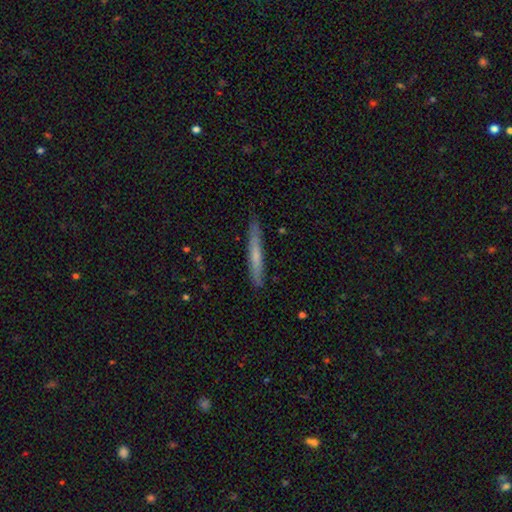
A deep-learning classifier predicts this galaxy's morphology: Smooth or featured? smooth (56%)
How rounded? cigar-shaped (96%)
Merging? none (86%)